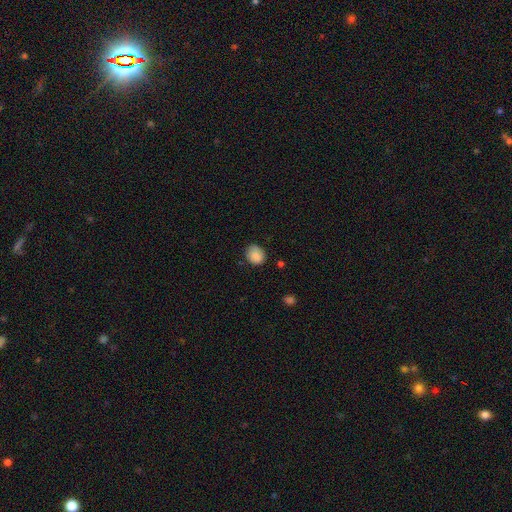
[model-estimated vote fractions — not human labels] This appears to be a smooth galaxy with no disk features (86%) that is round (58%). Merging: none (73%).